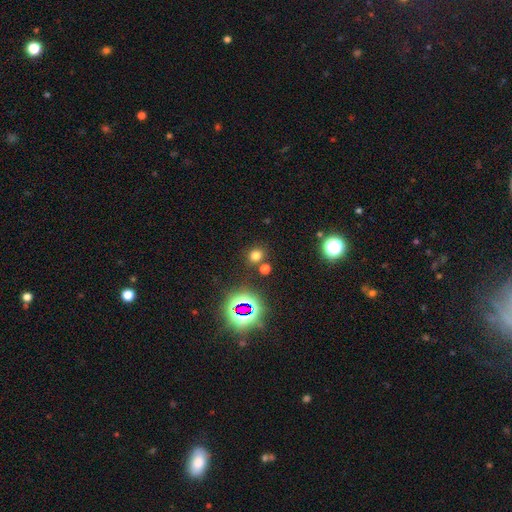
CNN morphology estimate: smooth-or-featured: smooth: 67% | star or artifact: 27% | featured or disk: 6%
  how-rounded: round: 77% | in between: 22% | cigar-shaped: 1%
  merging: none: 79% | merger: 9% | minor disturbance: 8% | major disturbance: 4%